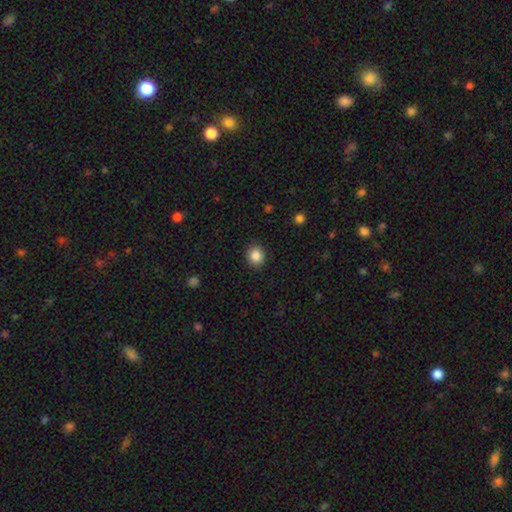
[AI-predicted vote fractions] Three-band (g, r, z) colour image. It shows a smooth galaxy with no disk features (86%) that is round (78%). Merging: none (89%).